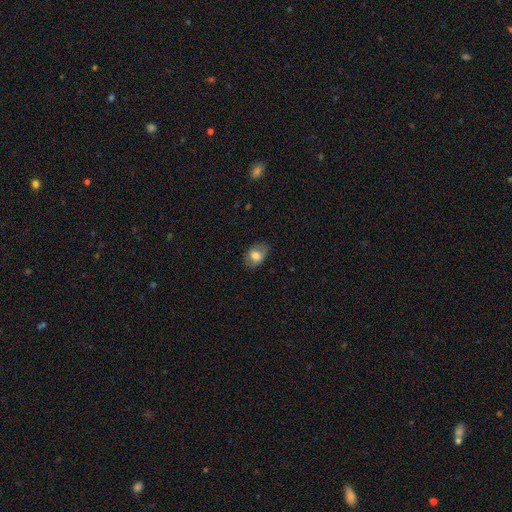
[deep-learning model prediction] A smooth galaxy with no disk features (73%) that is in between round and cigar-shaped (80%).

Vote fractions:
- Smooth or featured? smooth: 73% / featured or disk: 19% / star or artifact: 8%
- How rounded? in between: 80% / round: 18% / cigar-shaped: 1%
- Merging? none: 75% / minor disturbance: 19% / major disturbance: 5% / merger: 1%